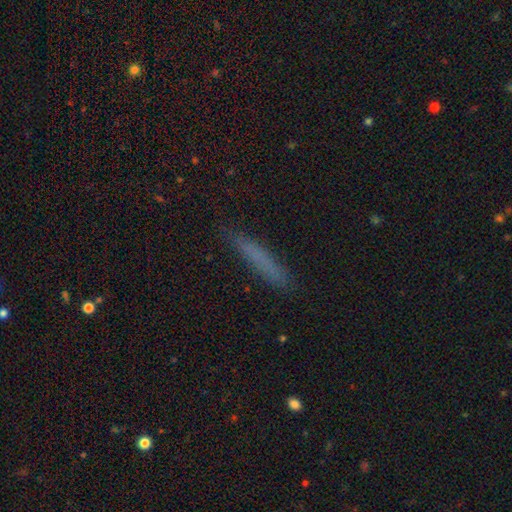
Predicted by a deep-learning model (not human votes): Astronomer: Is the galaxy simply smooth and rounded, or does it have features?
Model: smooth — 65%.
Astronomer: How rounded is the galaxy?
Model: cigar-shaped — 94%.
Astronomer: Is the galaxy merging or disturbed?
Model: none — 87%.